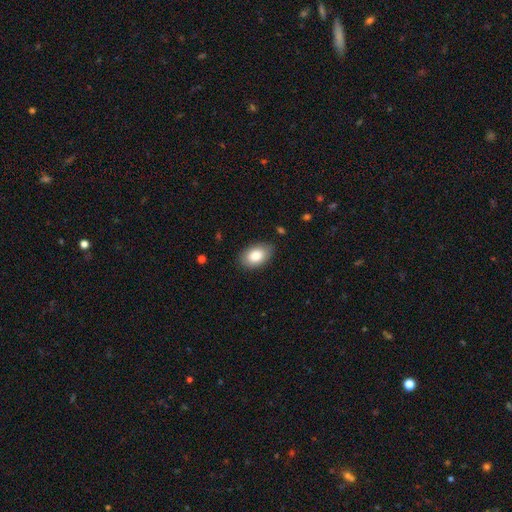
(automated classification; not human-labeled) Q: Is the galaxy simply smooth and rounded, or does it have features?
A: smooth — 84%.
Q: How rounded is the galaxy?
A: in between — 91%.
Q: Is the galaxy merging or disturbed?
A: none — 83%.